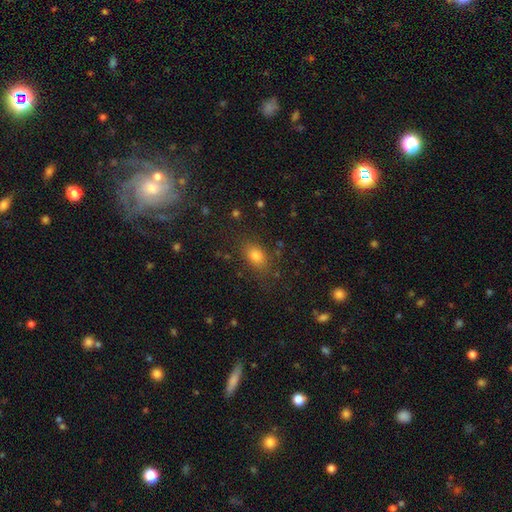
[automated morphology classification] A smooth galaxy with no disk features (78%) that is in between round and cigar-shaped (78%).

Vote fractions:
- Smooth or featured? smooth: 78% / star or artifact: 13% / featured or disk: 9%
- How rounded? in between: 78% / round: 19% / cigar-shaped: 3%
- Merging? none: 79% / minor disturbance: 13% / major disturbance: 5% / merger: 2%